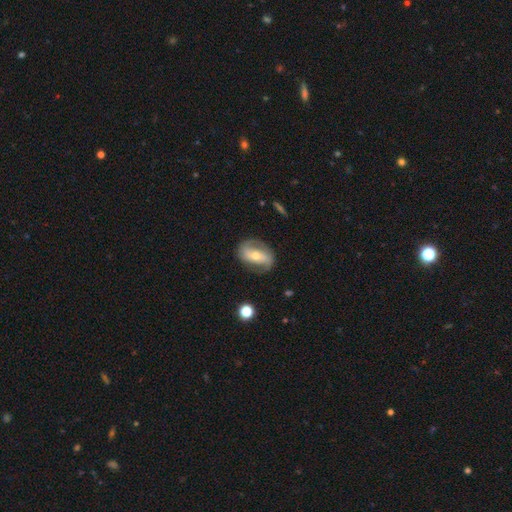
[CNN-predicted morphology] This is likely a featured or disk galaxy (76%). It is clearly not viewed edge-on (95%). Bar: marginally strong (35%). Spiral arm pattern: clearly yes (87%). Spiral arm count: clearly 2 (84%). Spiral winding: marginally medium (41%). Central bulge: possibly moderate (54%). Merging: likely none (73%).